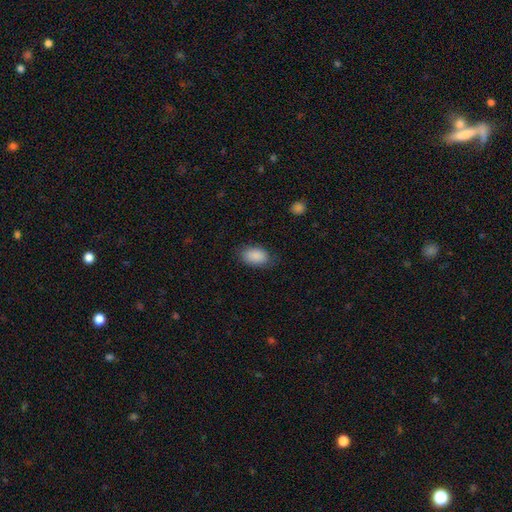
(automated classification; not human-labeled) smooth_or_featured: smooth (p=0.89) [alt: star or artifact p=0.06]
how_rounded: in between (p=0.91) [alt: round p=0.08]
merging: none (p=0.78) [alt: minor disturbance p=0.17]